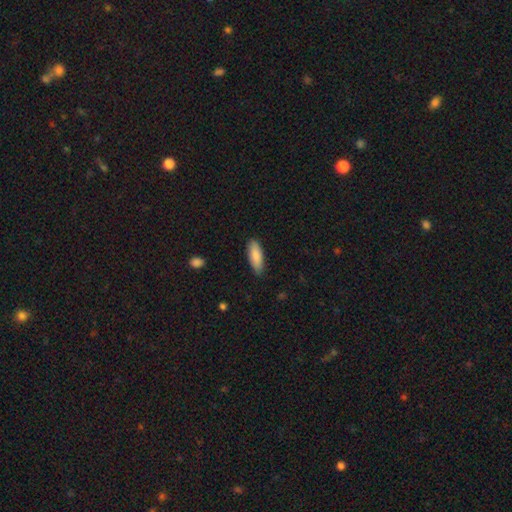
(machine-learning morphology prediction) smooth 85%, featured or disk 9%, star or artifact 6%. Down the decision tree: how rounded — in between (66%); merging — none (86%).